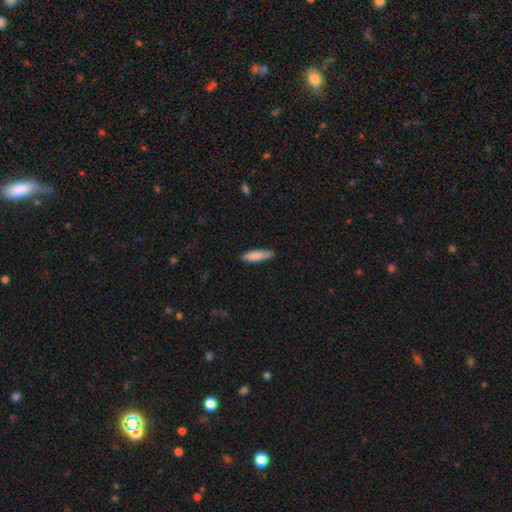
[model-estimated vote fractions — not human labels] smooth 85%, featured or disk 9%, star or artifact 6%. Down the decision tree: how rounded — cigar-shaped (68%); merging — none (84%).